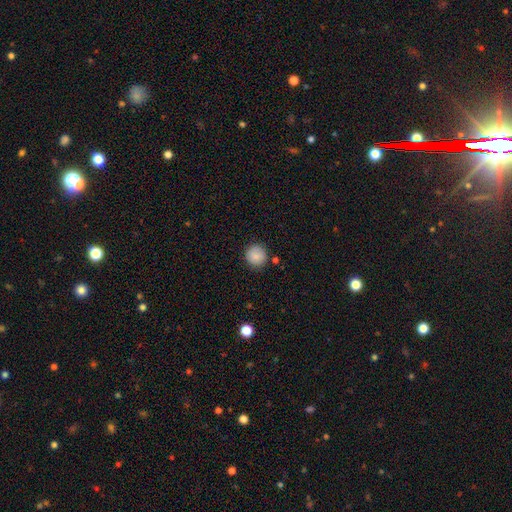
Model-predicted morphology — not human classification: smooth-or-featured: smooth: 88% | star or artifact: 8% | featured or disk: 4%
  how-rounded: round: 94% | in between: 5% | cigar-shaped: 1%
  merging: none: 85% | minor disturbance: 9% | merger: 3% | major disturbance: 2%